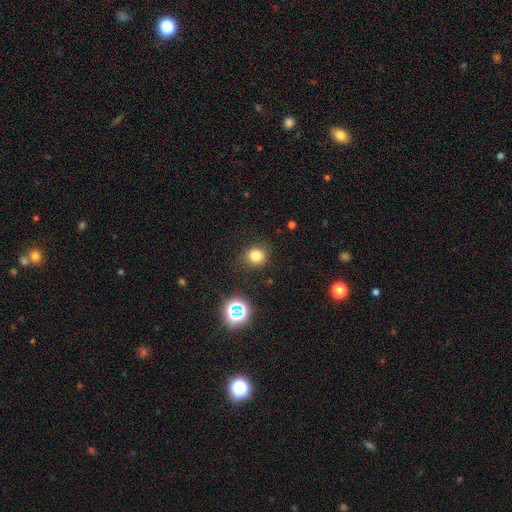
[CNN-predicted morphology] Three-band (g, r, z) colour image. It shows a smooth galaxy with no disk features (76%) that is round (81%). Merging: none (83%).